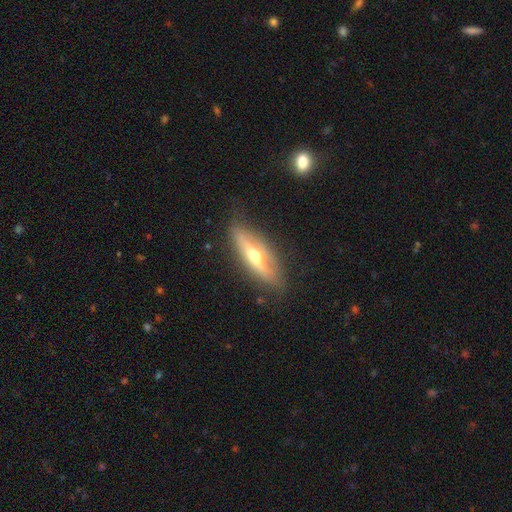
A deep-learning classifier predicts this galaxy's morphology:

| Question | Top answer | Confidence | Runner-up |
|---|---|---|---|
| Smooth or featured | featured or disk | 57% | smooth (37%) |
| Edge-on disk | yes | 73% | no (27%) |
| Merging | none | 79% | minor disturbance (15%) |